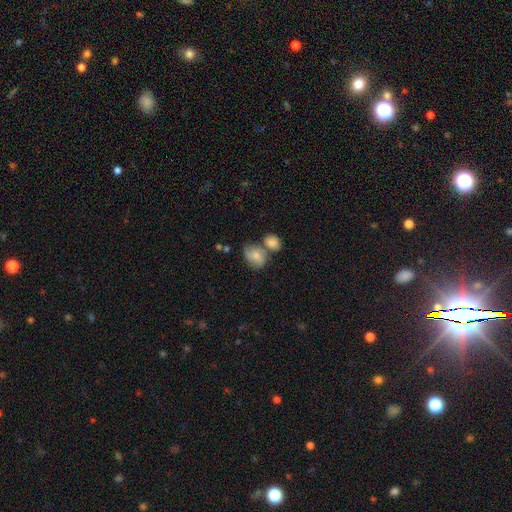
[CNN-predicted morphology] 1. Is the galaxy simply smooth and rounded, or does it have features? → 57% smooth, 34% featured or disk, 9% star or artifact.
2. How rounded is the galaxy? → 60% in between, 39% round, 1% cigar-shaped.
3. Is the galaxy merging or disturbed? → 37% merger (tied), 37% none (tied), 18% minor disturbance, 8% major disturbance.